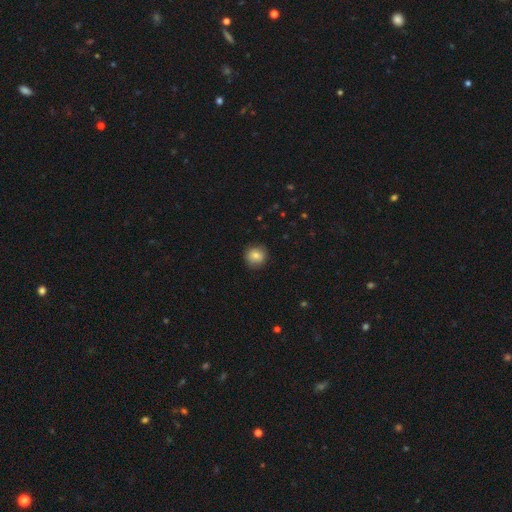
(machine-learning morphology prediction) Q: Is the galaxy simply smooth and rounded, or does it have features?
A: smooth — 80%.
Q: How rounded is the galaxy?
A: round — 90%.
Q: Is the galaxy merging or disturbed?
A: none — 87%.